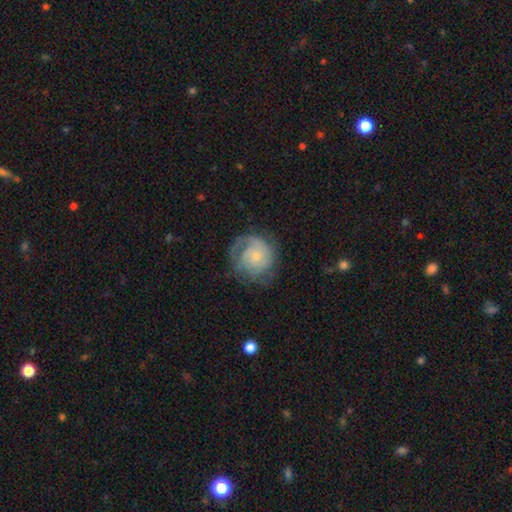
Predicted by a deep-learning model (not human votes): Smooth or featured?
  - featured or disk: 67% *
  - smooth: 27%
  - star or artifact: 7%
Edge-on disk?
  - no: 98% *
  - yes: 2%
Bar?
  - no: 80% *
  - weak: 18%
  - strong: 2%
Spiral arms?
  - yes: 85% *
  - no: 15%
Spiral winding?
  - tight: 55% *
  - medium: 31%
  - loose: 14%
Spiral arm count?
  - can't tell: 37% *
  - 2: 24%
  - 3: 15%
  - 1: 15%
  - 4: 5%
  - more than 4: 4%
Bulge size?
  - small: 68% *
  - moderate: 26%
  - none: 3%
  - large: 2%
  - dominant: 1%
Merging?
  - none: 59% *
  - minor disturbance: 22%
  - major disturbance: 18%
  - merger: 1%